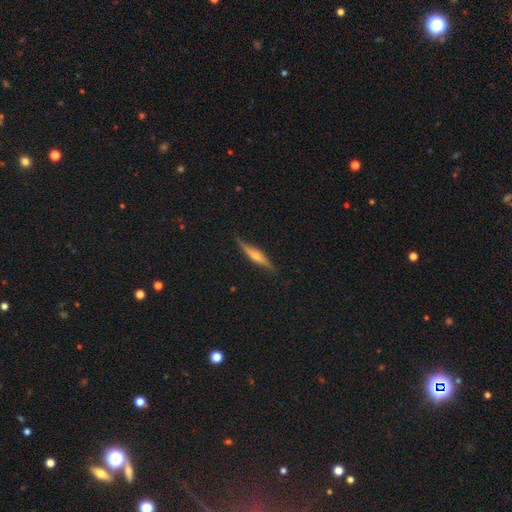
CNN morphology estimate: smooth-or-featured: featured or disk: 57% | smooth: 37% | star or artifact: 6%
  disk-edge-on: yes: 95% | no: 5%
    edge-on-bulge: rounded: 73% | none: 15% | boxy: 12%
  merging: none: 85% | minor disturbance: 12% | major disturbance: 2% | merger: 1%